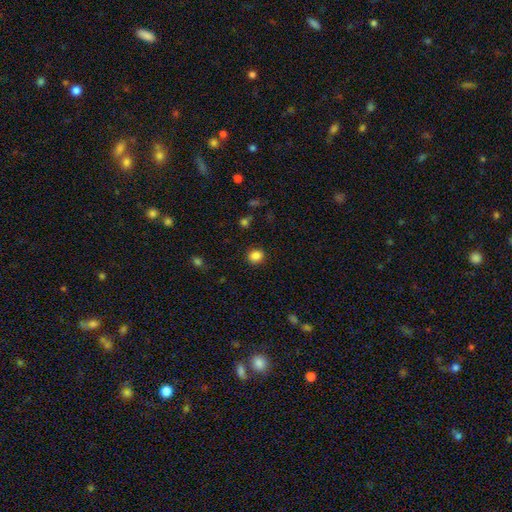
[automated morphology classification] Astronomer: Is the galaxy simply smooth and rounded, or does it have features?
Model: smooth — 85%.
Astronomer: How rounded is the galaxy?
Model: round — 82%.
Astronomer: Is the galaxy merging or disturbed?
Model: none — 89%.